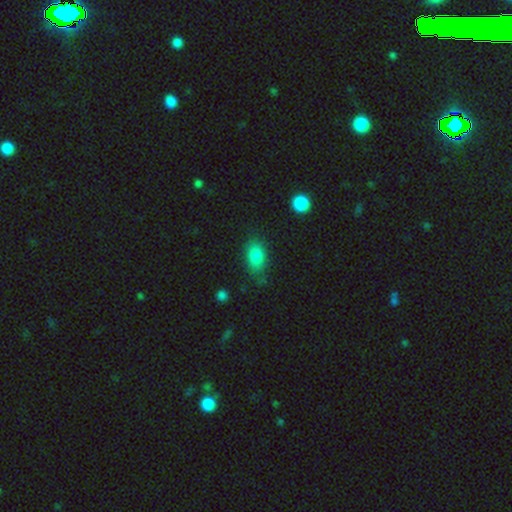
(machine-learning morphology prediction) type=smooth (83%); roundness=in between (85%); merging=none (74%).